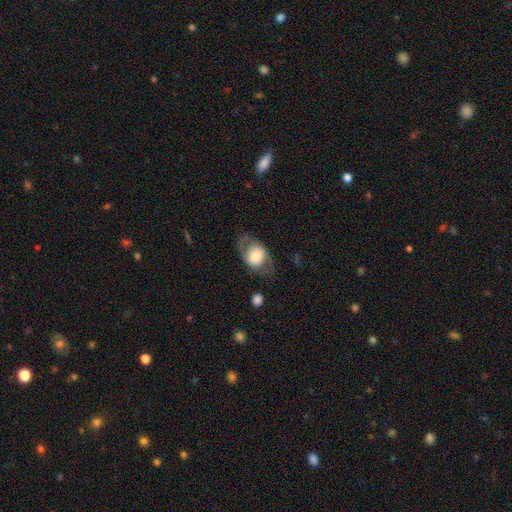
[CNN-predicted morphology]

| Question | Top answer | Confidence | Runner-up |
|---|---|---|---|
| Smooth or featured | smooth | 54% | featured or disk (40%) |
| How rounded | in between | 59% | round (39%) |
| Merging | none | 65% | minor disturbance (19%) |